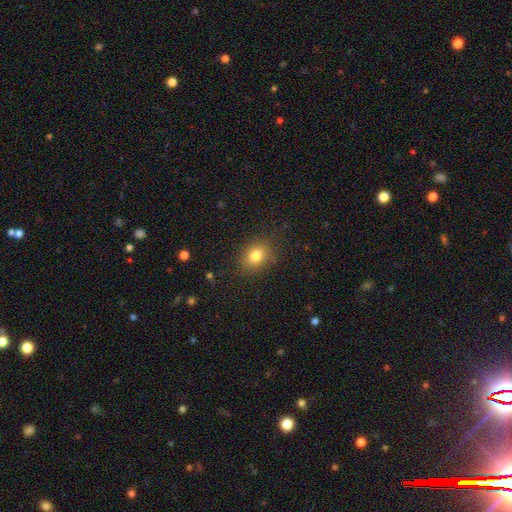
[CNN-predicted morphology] Q: Smooth or featured?
A: smooth (80%); runner-up: star or artifact (12%)
Q: How rounded?
A: round (52%); runner-up: in between (47%)
Q: Merging?
A: none (85%); runner-up: minor disturbance (10%)